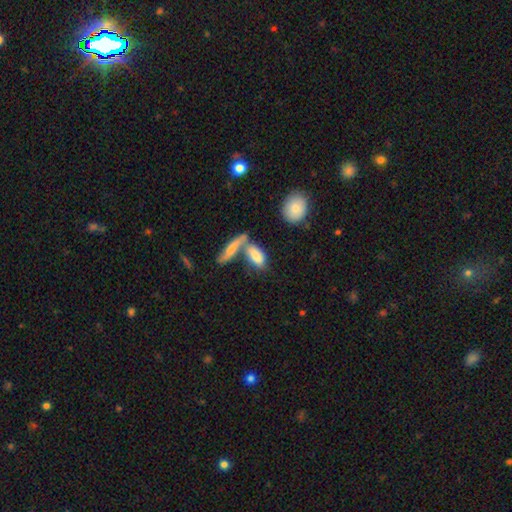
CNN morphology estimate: Smooth or featured?
  - smooth: 76% *
  - featured or disk: 17%
  - star or artifact: 7%
How rounded?
  - in between: 77% *
  - cigar-shaped: 20%
  - round: 3%
Merging?
  - merger: 53% *
  - none: 31%
  - minor disturbance: 10%
  - major disturbance: 6%